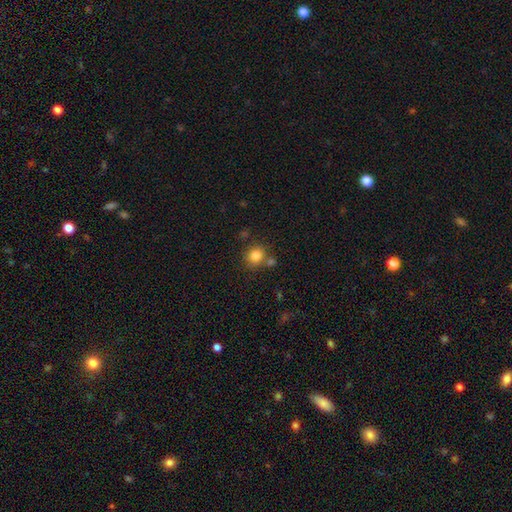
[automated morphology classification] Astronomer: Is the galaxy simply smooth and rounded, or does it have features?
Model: smooth — 83%.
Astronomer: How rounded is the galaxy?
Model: round — 85%.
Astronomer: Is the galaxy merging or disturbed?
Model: none — 70%.